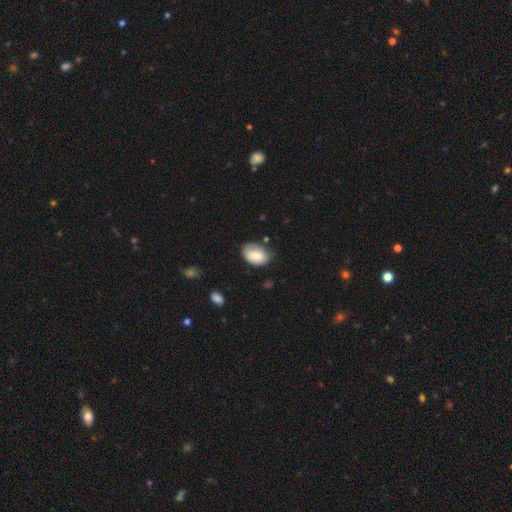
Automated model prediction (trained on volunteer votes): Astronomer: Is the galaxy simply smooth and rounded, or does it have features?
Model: smooth — 77%.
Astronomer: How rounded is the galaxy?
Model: in between — 86%.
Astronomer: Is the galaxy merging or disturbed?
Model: none — 63%.